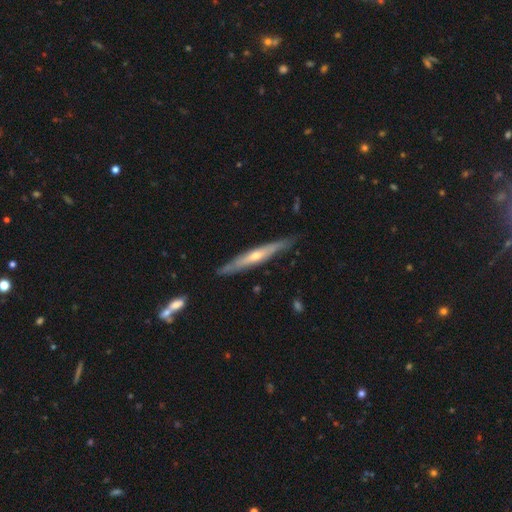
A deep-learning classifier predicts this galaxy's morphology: Smooth or featured? Predicted: featured or disk (p=0.70). Edge-on disk? Predicted: yes (p=0.93). Edge-on bulge? Predicted: rounded (p=0.80). Merging? Predicted: none (p=0.86).